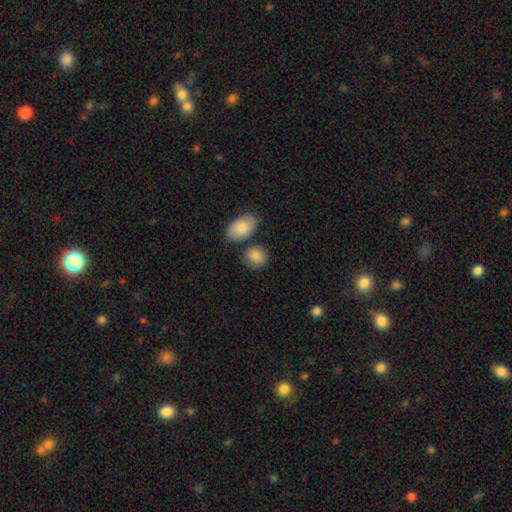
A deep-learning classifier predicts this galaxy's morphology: smooth-or-featured: smooth: 87% | star or artifact: 7% | featured or disk: 6%
  how-rounded: round: 60% | in between: 39% | cigar-shaped: 2%
  merging: none: 70% | merger: 14% | minor disturbance: 12% | major disturbance: 3%